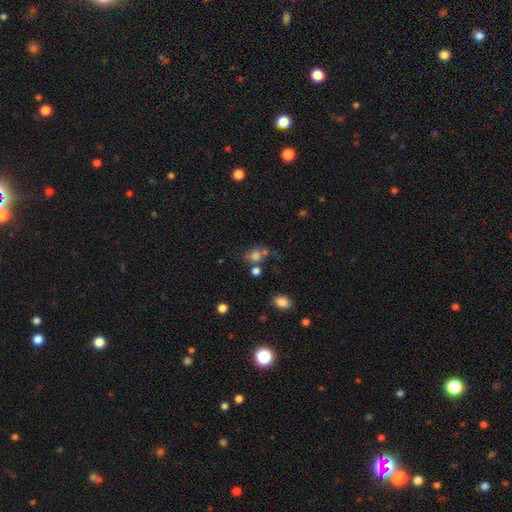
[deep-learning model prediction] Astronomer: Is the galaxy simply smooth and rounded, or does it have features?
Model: smooth — 72%.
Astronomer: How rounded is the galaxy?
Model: round — 63%.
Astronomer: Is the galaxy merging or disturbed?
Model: none — 51%.